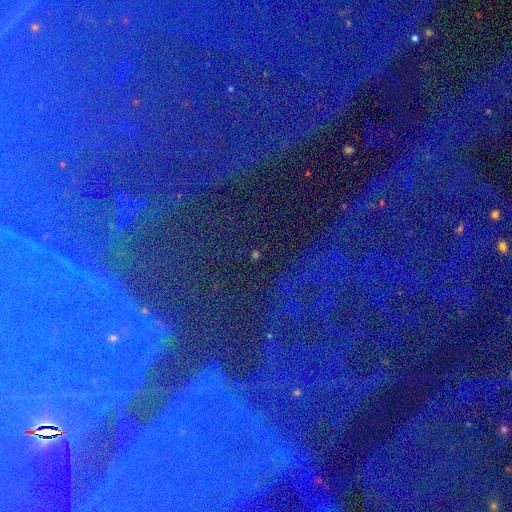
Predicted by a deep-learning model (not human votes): Smooth or featured? star or artifact (84%)